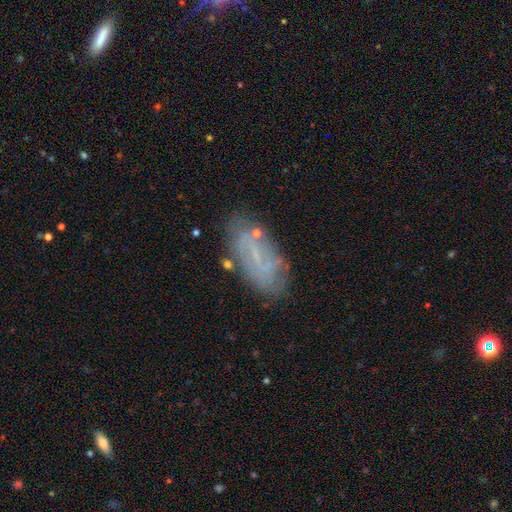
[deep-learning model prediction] Smooth or featured?
  - featured or disk: 50% *
  - smooth: 37%
  - star or artifact: 14%
Merging?
  - none: 72% *
  - minor disturbance: 17%
  - major disturbance: 7%
  - merger: 4%